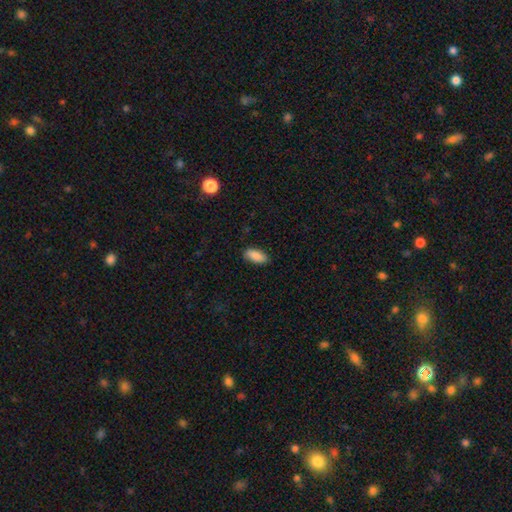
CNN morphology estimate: smooth-or-featured: smooth: 89% | star or artifact: 7% | featured or disk: 4%
  how-rounded: in between: 87% | cigar-shaped: 11% | round: 2%
  merging: none: 87% | minor disturbance: 10% | major disturbance: 2% | merger: 1%